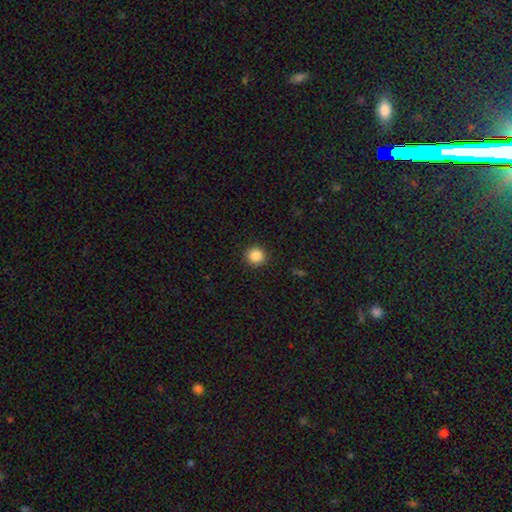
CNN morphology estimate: type=smooth (87%); roundness=round (93%); merging=none (92%).